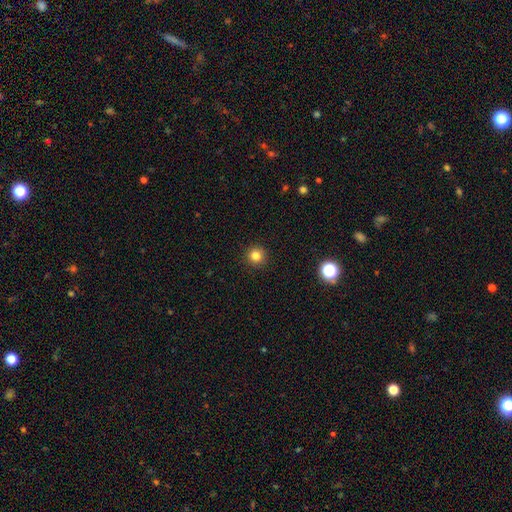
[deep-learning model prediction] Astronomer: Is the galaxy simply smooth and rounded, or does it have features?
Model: smooth — 81%.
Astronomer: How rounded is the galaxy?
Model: round — 95%.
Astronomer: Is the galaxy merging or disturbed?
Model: none — 93%.